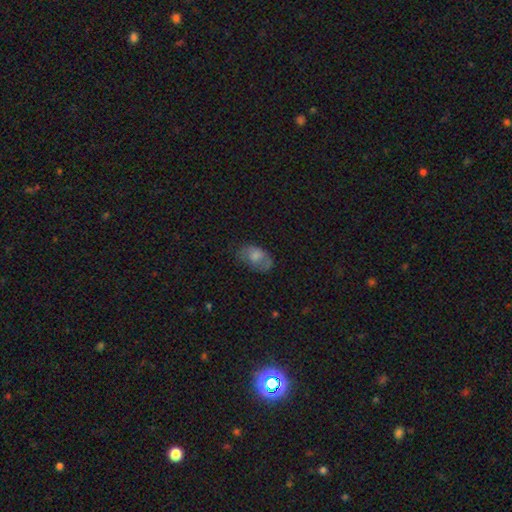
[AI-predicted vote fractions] The model was most divided on "merging": none: 52%, minor disturbance: 29%, major disturbance: 17%, merger: 2%. More confident: how rounded — in between (89%); smooth or featured — smooth (67%).